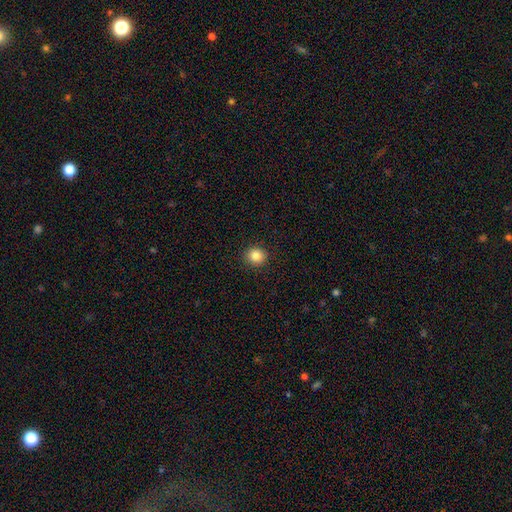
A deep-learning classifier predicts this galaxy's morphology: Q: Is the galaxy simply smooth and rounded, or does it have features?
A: smooth — 85%.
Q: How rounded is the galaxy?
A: round — 87%.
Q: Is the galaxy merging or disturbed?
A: none — 92%.